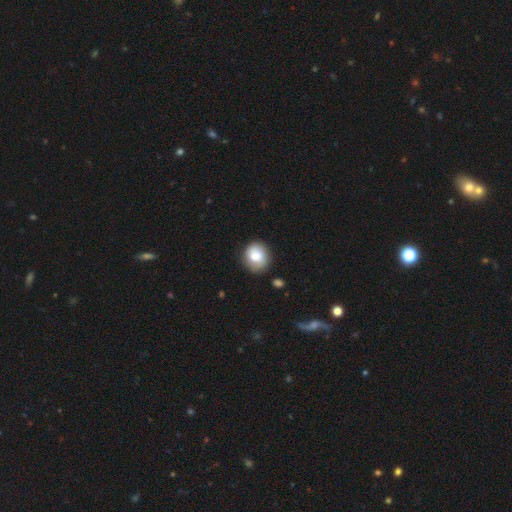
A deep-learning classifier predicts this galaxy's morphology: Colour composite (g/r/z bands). It shows a smooth galaxy with no disk features (77%) that is round (76%). Merging: none (74%).